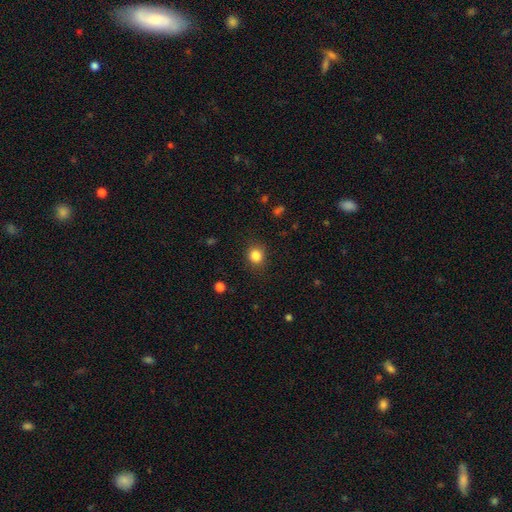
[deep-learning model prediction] Morphology: type=smooth (85%); roundness=round (80%); merging=none (86%).